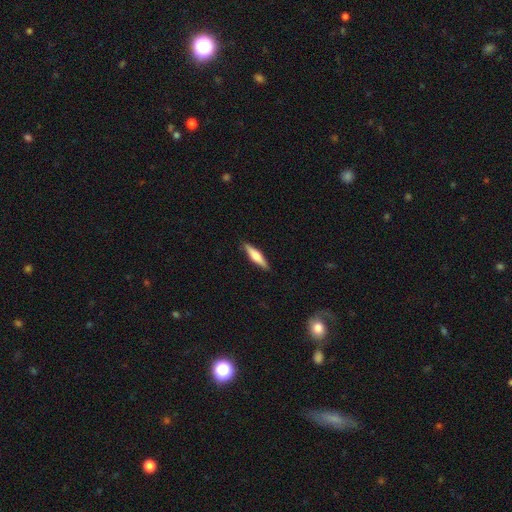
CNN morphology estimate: A smooth galaxy with no disk features (51%) that is cigar-shaped (76%).

Vote fractions:
- Smooth or featured? smooth: 51% / featured or disk: 43% / star or artifact: 6%
- How rounded? cigar-shaped: 76% / in between: 22% / round: 2%
- Merging? none: 89% / minor disturbance: 8% / major disturbance: 2% / merger: 1%